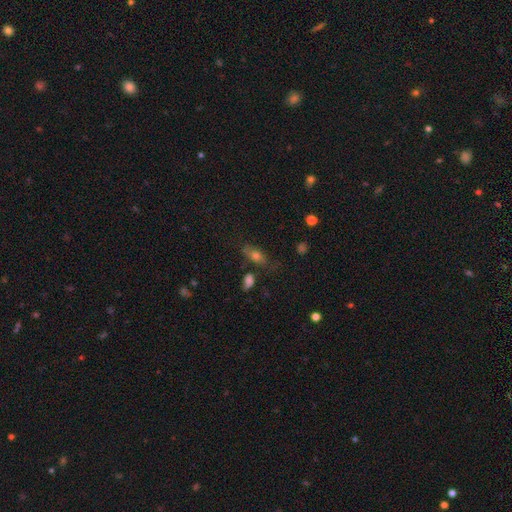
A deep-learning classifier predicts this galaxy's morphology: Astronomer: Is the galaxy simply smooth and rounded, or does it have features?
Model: smooth — 63%.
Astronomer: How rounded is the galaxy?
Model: in between — 71%.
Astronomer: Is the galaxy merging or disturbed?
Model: none — 63%.